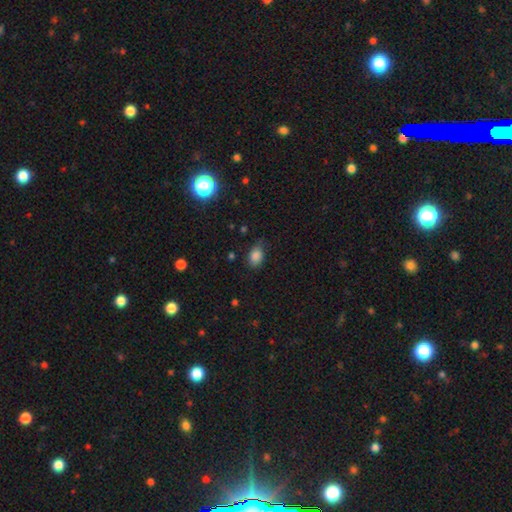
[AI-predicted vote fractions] Smooth or featured: smooth — 83% (star or artifact — 11%)
How rounded: in between — 81% (round — 18%)
Merging: none — 66% (minor disturbance — 26%)